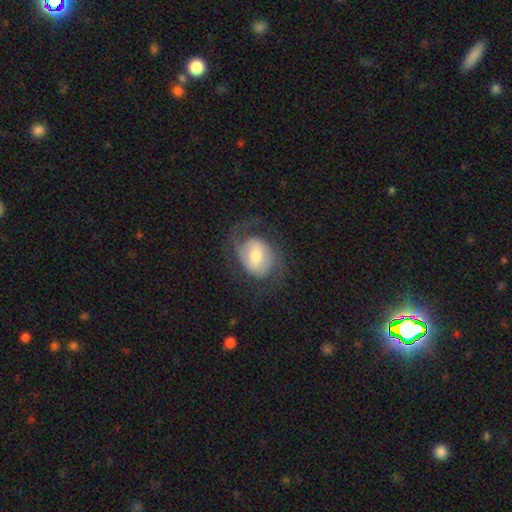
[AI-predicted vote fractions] This appears to be a featured or disk galaxy (65%) with no bar (47%), 2 (70%) medium (43%) spiral arms (84%) and a moderate central bulge (63%). Merging: none (58%).